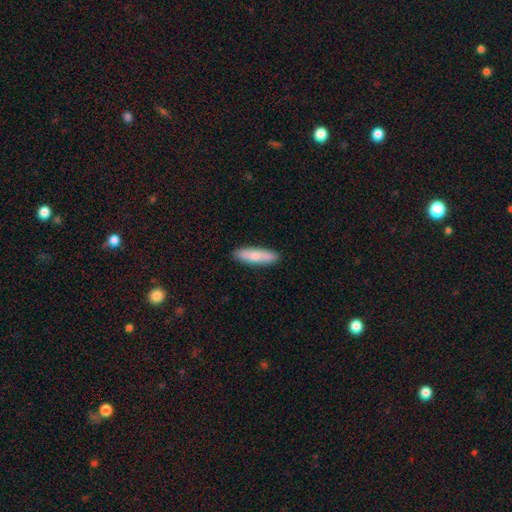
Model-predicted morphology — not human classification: smooth_or_featured: smooth (p=0.79) [alt: featured or disk p=0.16]
how_rounded: cigar-shaped (p=0.65) [alt: in between p=0.34]
merging: none (p=0.89) [alt: minor disturbance p=0.09]